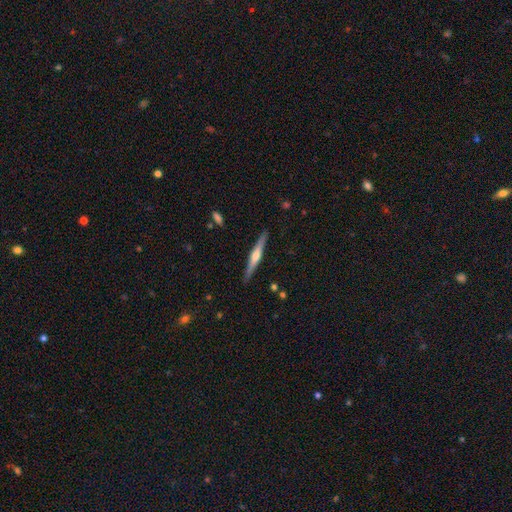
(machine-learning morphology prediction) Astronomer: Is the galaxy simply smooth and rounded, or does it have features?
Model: featured or disk — 68%.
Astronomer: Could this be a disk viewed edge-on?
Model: yes — 97%.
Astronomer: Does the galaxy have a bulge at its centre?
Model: rounded — 85%.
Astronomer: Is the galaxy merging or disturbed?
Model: none — 90%.